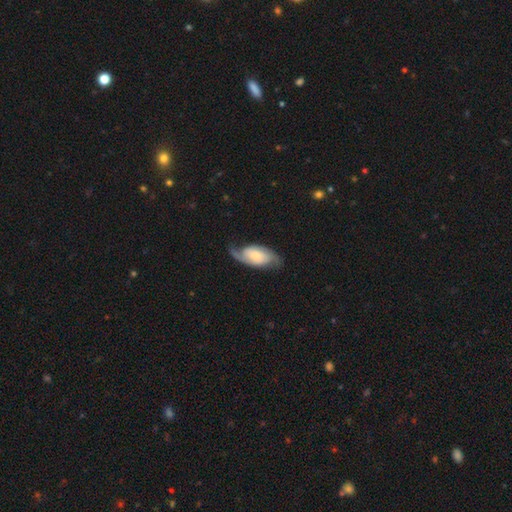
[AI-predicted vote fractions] This is likely a featured or disk galaxy (74%). It is clearly not viewed edge-on (94%). Bar: likely no (64%). Spiral arm pattern: clearly yes (94%). Spiral arm count: clearly 2 (88%). Spiral winding: marginally medium (42%). Central bulge: possibly small (49%). Merging: likely none (69%).